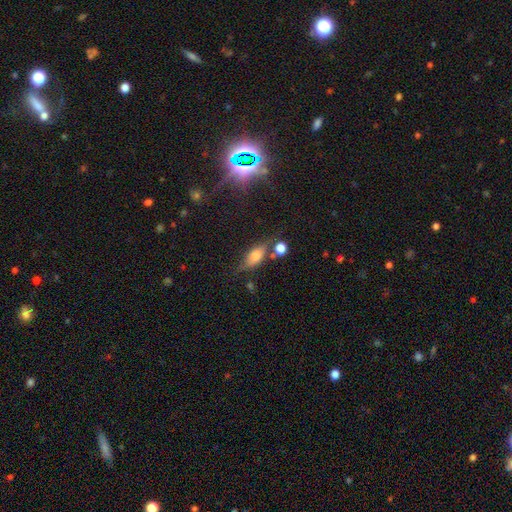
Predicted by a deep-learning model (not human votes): Smooth or featured? Predicted: smooth (p=0.66). How rounded? Predicted: in between (p=0.78). Merging? Predicted: none (p=0.59).